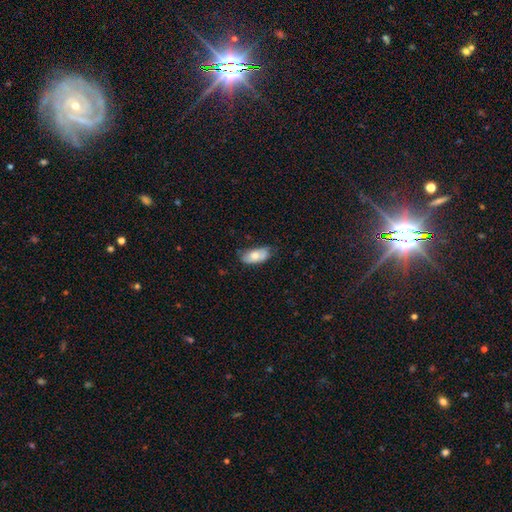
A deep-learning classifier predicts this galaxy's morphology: A smooth galaxy with no disk features (72%) that is in between round and cigar-shaped (90%).

Vote fractions:
- Smooth or featured? smooth: 72% / featured or disk: 21% / star or artifact: 7%
- How rounded? in between: 90% / cigar-shaped: 7% / round: 3%
- Merging? none: 60% / minor disturbance: 31% / major disturbance: 7% / merger: 3%